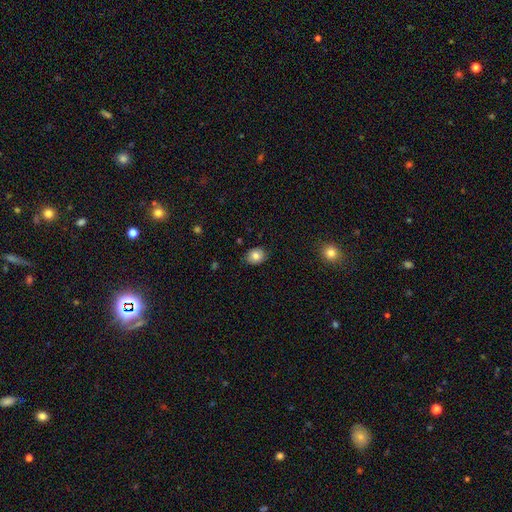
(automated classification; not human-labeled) Overall: smooth (82%). How rounded: round (50%; in between 49%). Merging: none (85%).